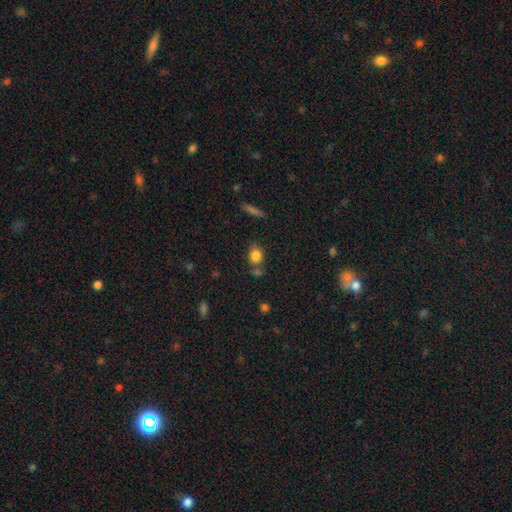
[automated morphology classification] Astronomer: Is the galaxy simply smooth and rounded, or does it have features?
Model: smooth — 82%.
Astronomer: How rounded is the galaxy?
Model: round — 58% (runner-up: in between, 40%).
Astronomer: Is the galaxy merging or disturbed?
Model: none — 62%.